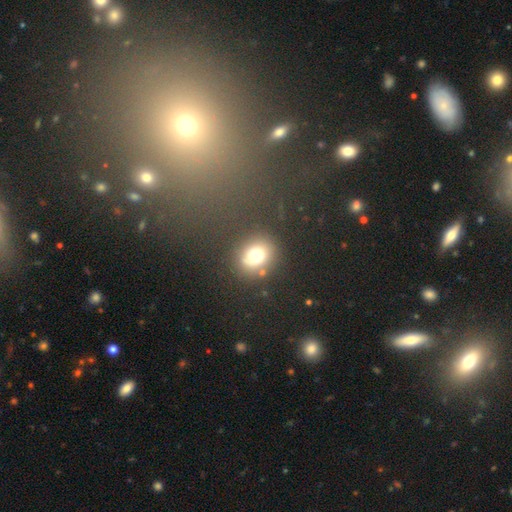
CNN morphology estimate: Q: Smooth or featured?
A: smooth (71%); runner-up: star or artifact (18%)
Q: How rounded?
A: round (73%); runner-up: in between (26%)
Q: Merging?
A: none (81%); runner-up: minor disturbance (10%)